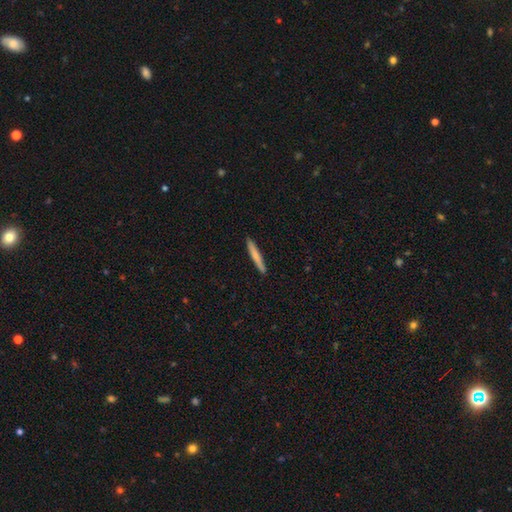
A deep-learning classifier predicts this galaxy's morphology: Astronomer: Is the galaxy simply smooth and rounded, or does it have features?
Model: smooth — 71%.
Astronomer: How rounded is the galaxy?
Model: cigar-shaped — 96%.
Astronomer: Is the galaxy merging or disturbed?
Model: none — 92%.